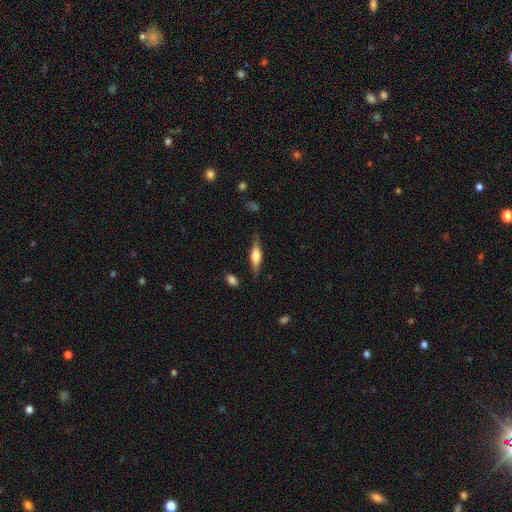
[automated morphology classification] This is possibly a featured or disk galaxy (54%). It is clearly viewed edge-on (95%). Edge-on bulge: clearly rounded (80%). Merging: clearly none (81%).